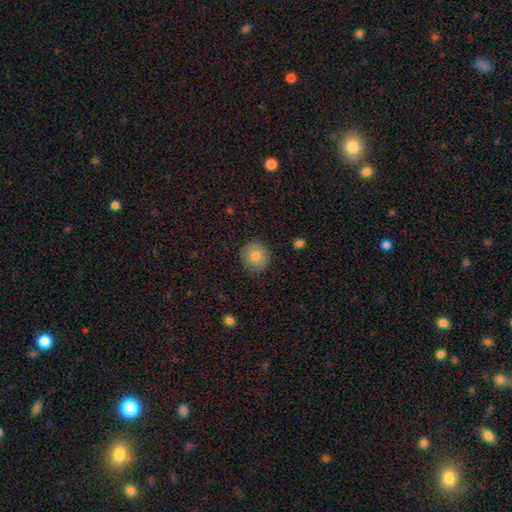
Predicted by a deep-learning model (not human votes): A smooth galaxy with no disk features (80%) that is round (91%). Merging: none (89%).